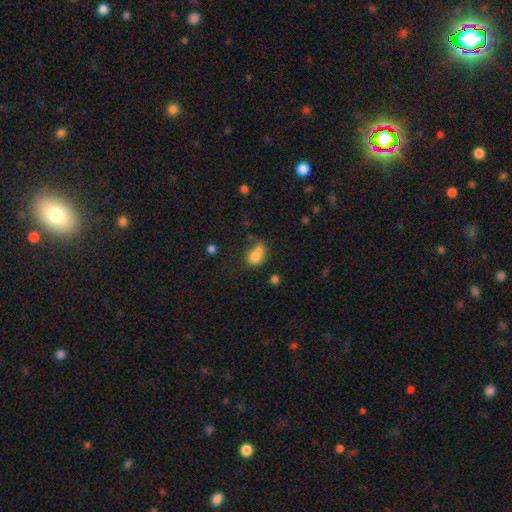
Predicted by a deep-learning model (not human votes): This appears to be a smooth galaxy with no disk features (74%) that is in between round and cigar-shaped (51%). Merging: merger (54%).